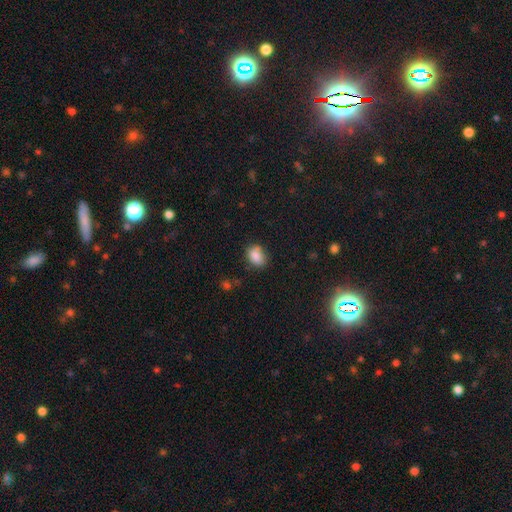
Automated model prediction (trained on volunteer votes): This is clearly a smooth galaxy (85%). How rounded: likely in between (66%). Merging: likely none (70%).